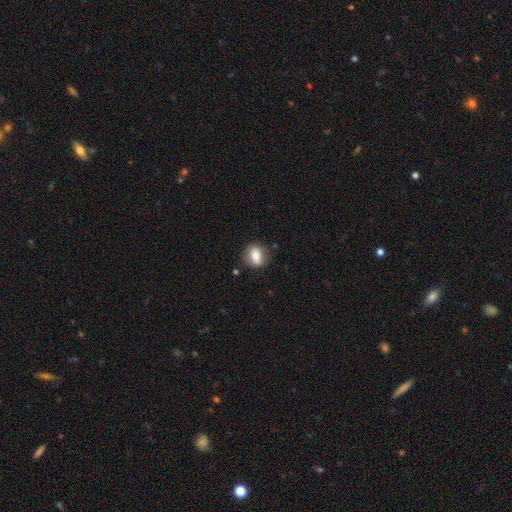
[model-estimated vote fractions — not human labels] Smooth or featured?
  - smooth: 74% *
  - featured or disk: 17%
  - star or artifact: 8%
How rounded?
  - round: 52% *
  - in between: 45%
  - cigar-shaped: 2%
Merging?
  - none: 80% *
  - minor disturbance: 13%
  - major disturbance: 4%
  - merger: 2%